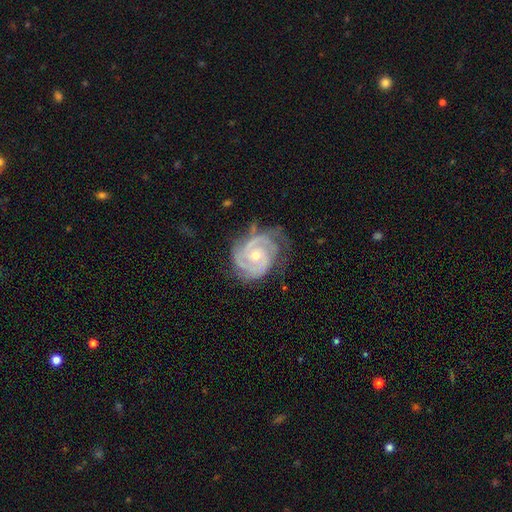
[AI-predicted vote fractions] featured or disk 91%, smooth 5%, star or artifact 4%. Down the decision tree: edge-on disk — no (98%); bar — no (68%); spiral arms — yes (98%); spiral arm count — 2 (37%); spiral winding — tight (69%); bulge size — moderate (50%); merging — none (64%).